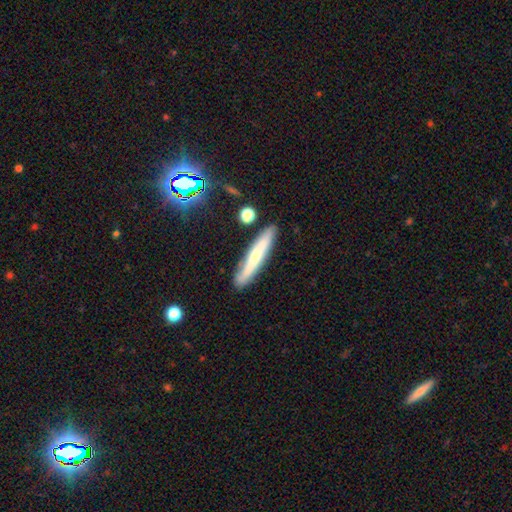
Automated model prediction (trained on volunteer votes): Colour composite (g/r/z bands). It shows a smooth galaxy with no disk features (52%) that is cigar-shaped (92%). Merging: none (84%).